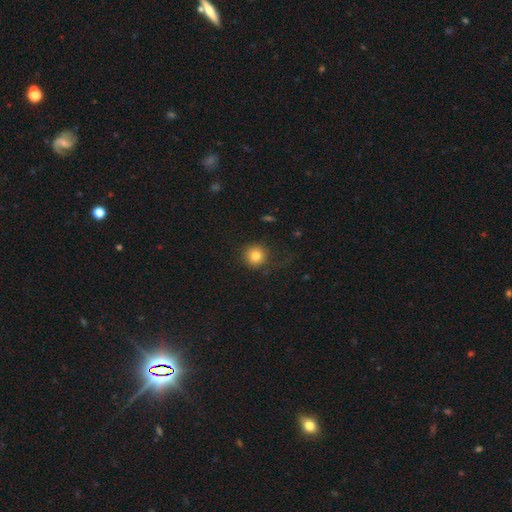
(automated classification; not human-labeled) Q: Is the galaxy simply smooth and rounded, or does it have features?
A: smooth — 81%.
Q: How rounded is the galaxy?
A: round — 93%.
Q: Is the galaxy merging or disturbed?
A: none — 81%.